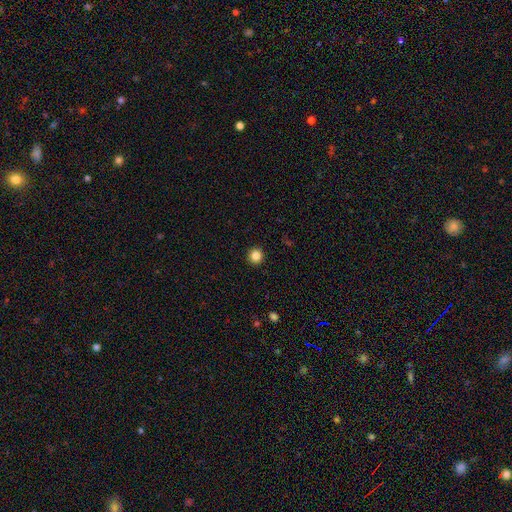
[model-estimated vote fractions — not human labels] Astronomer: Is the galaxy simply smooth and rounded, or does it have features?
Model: smooth — 84%.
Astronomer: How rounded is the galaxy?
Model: round — 92%.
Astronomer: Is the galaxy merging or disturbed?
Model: none — 93%.